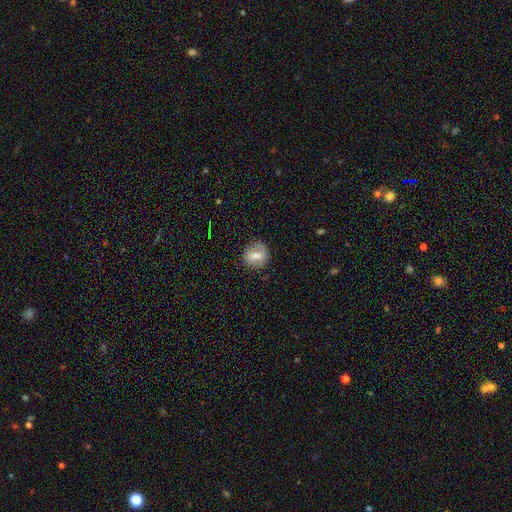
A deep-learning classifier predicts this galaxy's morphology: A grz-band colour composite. It shows a smooth galaxy with no disk features (58%) that is round (77%). Merging: none (79%).